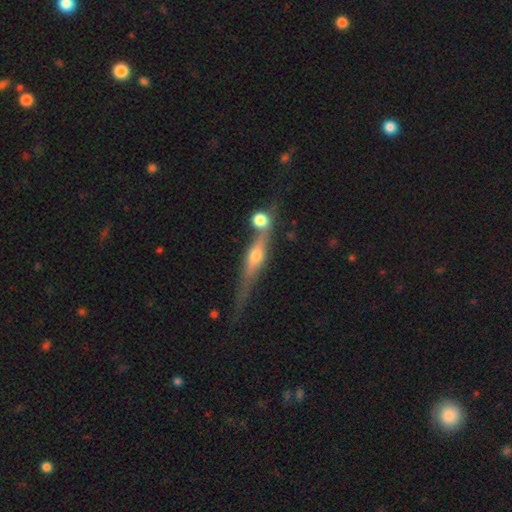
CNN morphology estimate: This is likely a featured or disk galaxy (70%). It is clearly viewed edge-on (91%). Edge-on bulge: clearly rounded (92%). Merging: possibly none (52%).